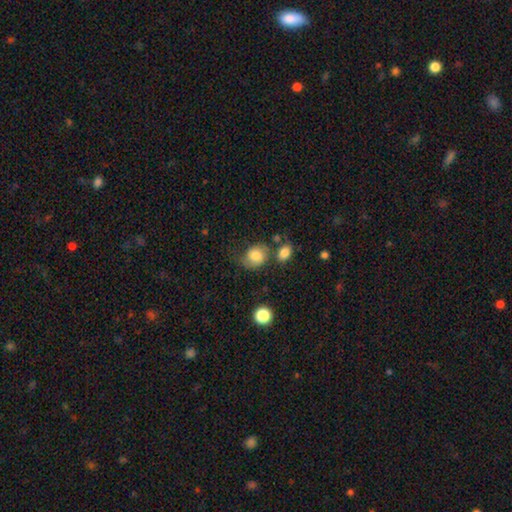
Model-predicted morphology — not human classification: This appears to be a smooth galaxy with no disk features (74%) that is round (55%). Merging: none (48%).